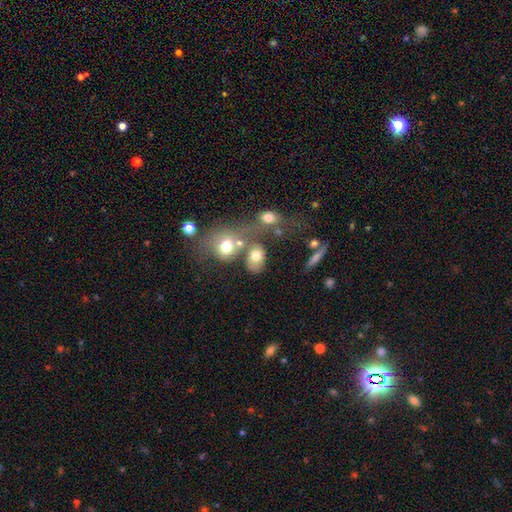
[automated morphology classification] Q: Smooth or featured?
A: smooth (71%); runner-up: featured or disk (17%)
Q: How rounded?
A: in between (61%); runner-up: round (37%)
Q: Merging?
A: merger (41%); runner-up: none (37%)